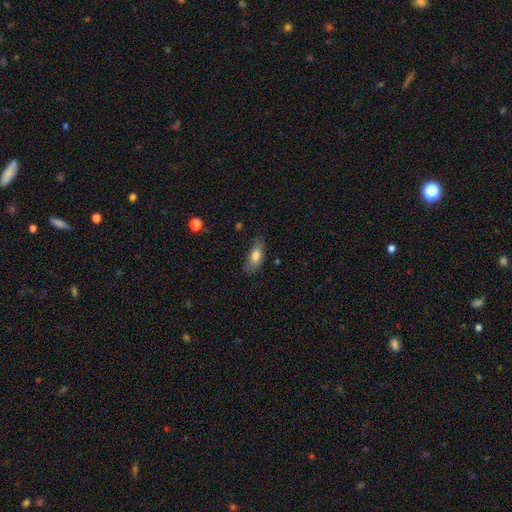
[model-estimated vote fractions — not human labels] Morphology: type=smooth (76%); roundness=in between (79%); merging=none (69%).